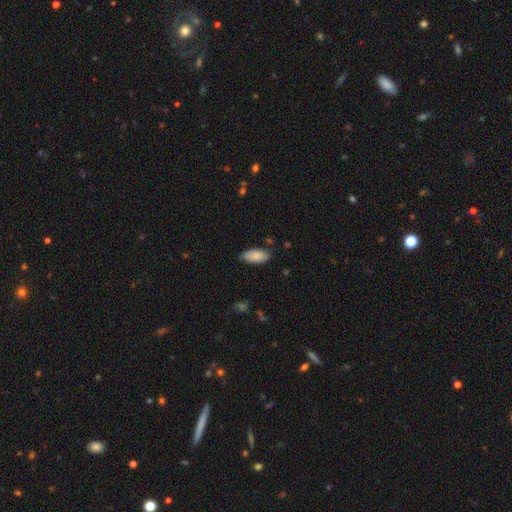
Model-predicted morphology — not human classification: smooth 85%, featured or disk 9%, star or artifact 6%. Down the decision tree: how rounded — in between (90%); merging — none (82%).